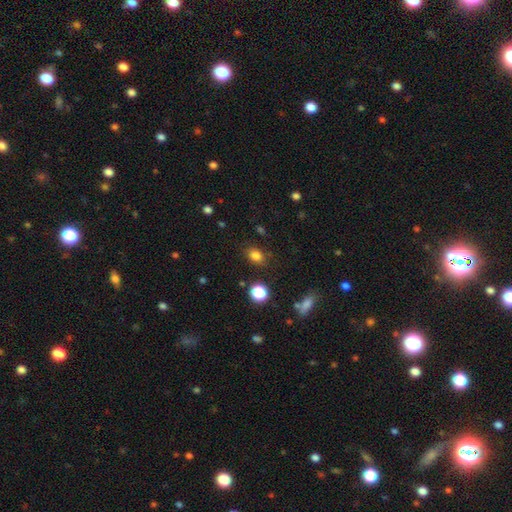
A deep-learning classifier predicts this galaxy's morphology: smooth_or_featured: smooth (p=0.80) [alt: star or artifact p=0.14]
how_rounded: in between (p=0.59) [alt: round p=0.40]
merging: none (p=0.82) [alt: minor disturbance p=0.12]